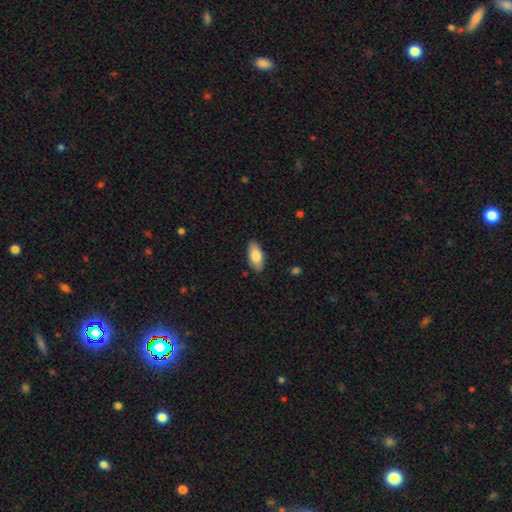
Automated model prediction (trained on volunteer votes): Overall: smooth (83%). How rounded: in between (91%). Merging: none (87%).